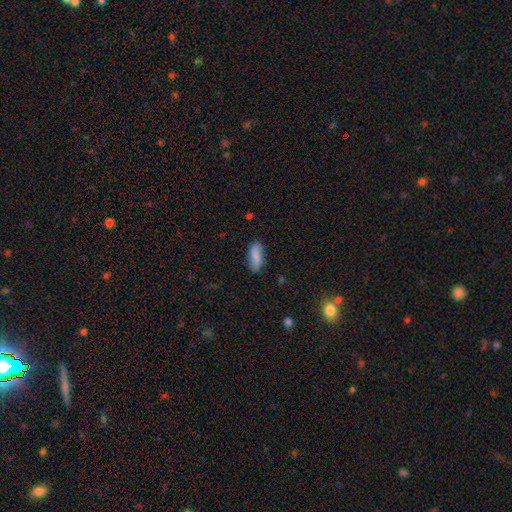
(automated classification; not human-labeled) smooth 74%, featured or disk 18%, star or artifact 7%. Down the decision tree: how rounded — in between (76%); merging — none (77%).